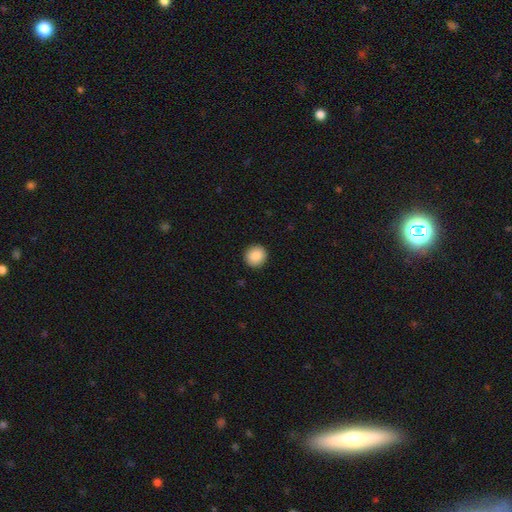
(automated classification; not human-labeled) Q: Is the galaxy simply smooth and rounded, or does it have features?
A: smooth — 89%.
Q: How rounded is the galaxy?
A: round — 91%.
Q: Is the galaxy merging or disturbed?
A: none — 92%.